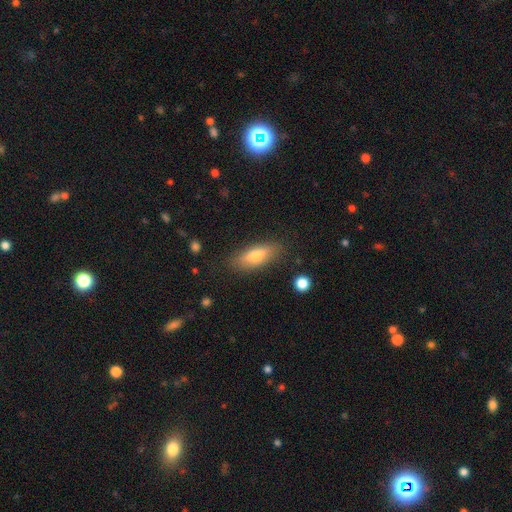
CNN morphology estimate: smooth-or-featured: smooth: 70% | featured or disk: 23% | star or artifact: 7%
  how-rounded: in between: 59% | cigar-shaped: 39% | round: 2%
  merging: none: 84% | minor disturbance: 11% | major disturbance: 3% | merger: 1%